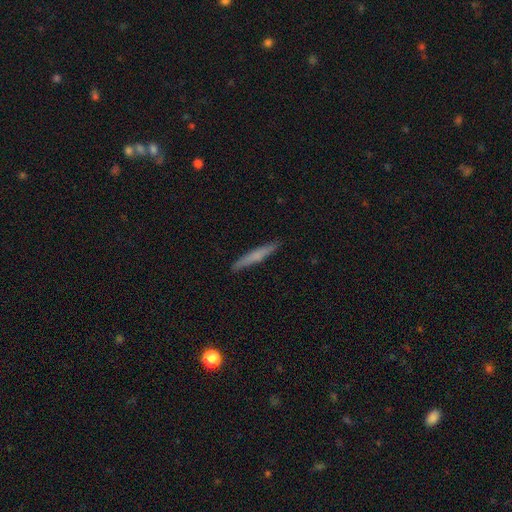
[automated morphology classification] smooth-or-featured: smooth: 62% | featured or disk: 32% | star or artifact: 6%
  how-rounded: cigar-shaped: 95% | in between: 3% | round: 1%
  merging: none: 90% | minor disturbance: 8% | major disturbance: 2% | merger: 1%